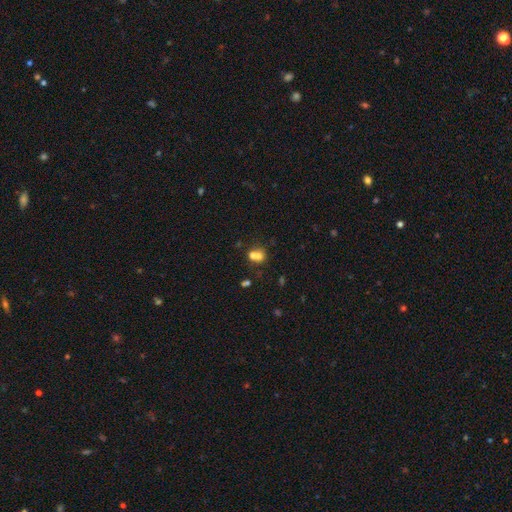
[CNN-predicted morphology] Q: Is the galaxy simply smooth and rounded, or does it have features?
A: smooth — 67%.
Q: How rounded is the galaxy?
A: round — 68%.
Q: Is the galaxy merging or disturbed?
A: merger — 62%.